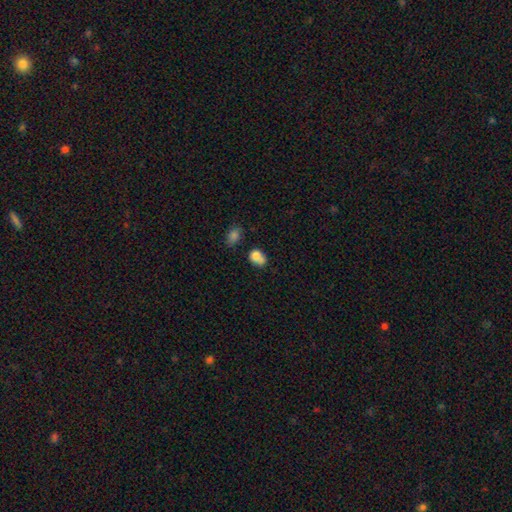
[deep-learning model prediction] This is likely a smooth galaxy (78%). How rounded: possibly in between (58%). Merging: marginally none (37%).